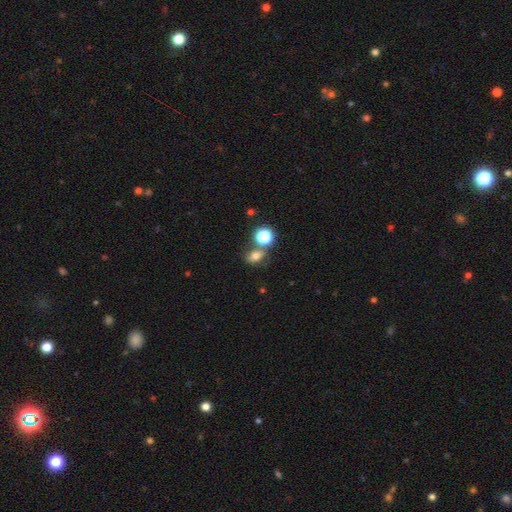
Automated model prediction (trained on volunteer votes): This appears to be a smooth galaxy with no disk features (68%) that is in between round and cigar-shaped (59%). Merging: none (59%).